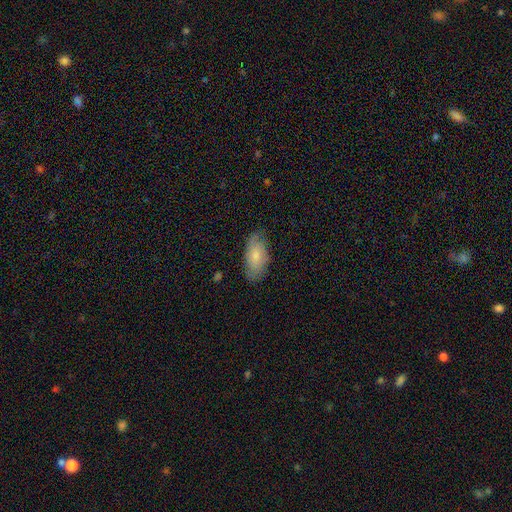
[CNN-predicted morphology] Q: Smooth or featured?
A: smooth (72%); runner-up: featured or disk (22%)
Q: How rounded?
A: in between (91%); runner-up: cigar-shaped (6%)
Q: Merging?
A: none (74%); runner-up: minor disturbance (20%)